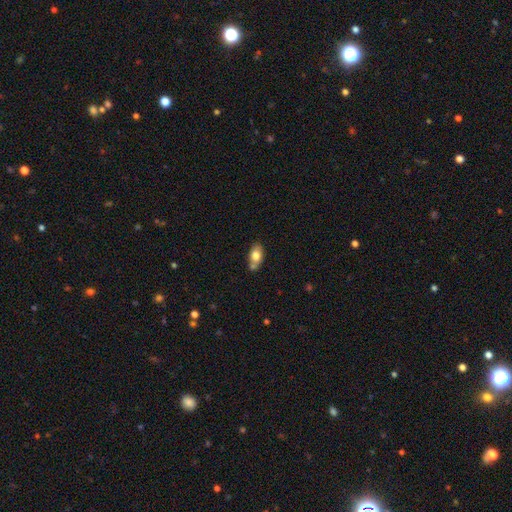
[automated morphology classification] A smooth galaxy with no disk features (73%) that is in between round and cigar-shaped (87%). Merging: none (55%).